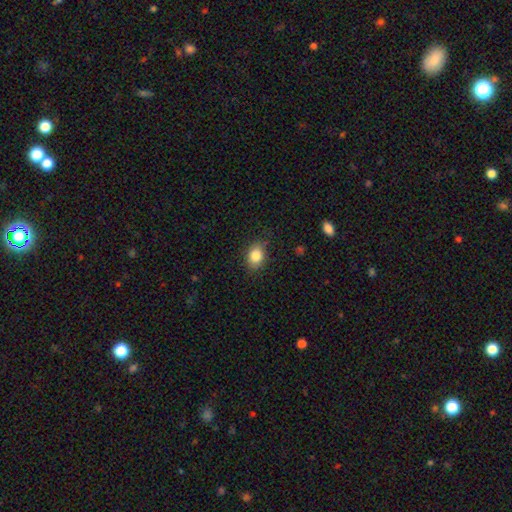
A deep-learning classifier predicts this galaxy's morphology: Smooth or featured? smooth (84%)
How rounded? in between (70%)
Merging? none (81%)